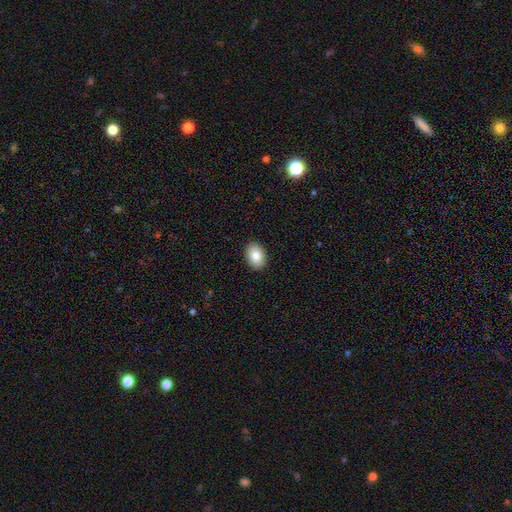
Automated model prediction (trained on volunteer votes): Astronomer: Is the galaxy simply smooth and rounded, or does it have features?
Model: smooth — 83%.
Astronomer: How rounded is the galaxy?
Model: in between — 83%.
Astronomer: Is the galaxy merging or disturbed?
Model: none — 90%.